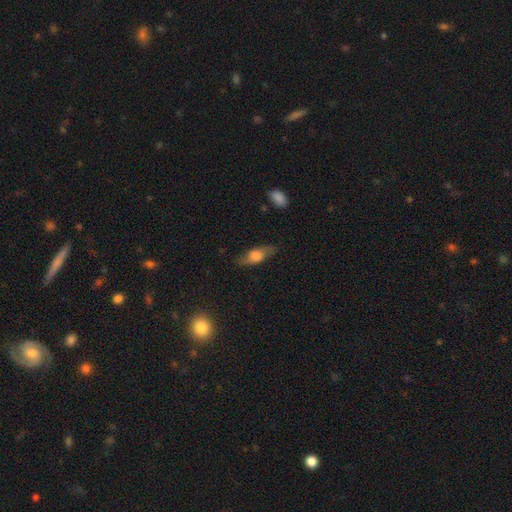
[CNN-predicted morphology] smooth 52%, featured or disk 41%, star or artifact 7%. Down the decision tree: how rounded — in between (63%); merging — none (76%).